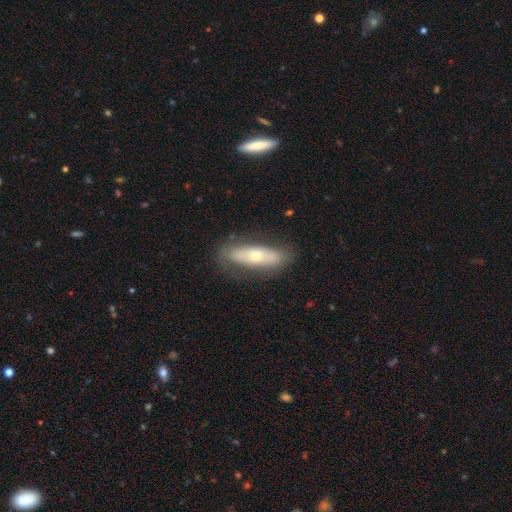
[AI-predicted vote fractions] This is possibly a smooth galaxy (49%). Merging: clearly none (80%).